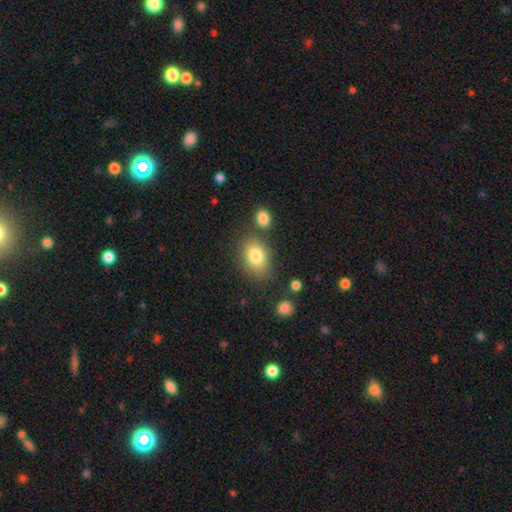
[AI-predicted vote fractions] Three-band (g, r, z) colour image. It shows a smooth galaxy with no disk features (81%) that is in between round and cigar-shaped (76%). Merging: none (73%).